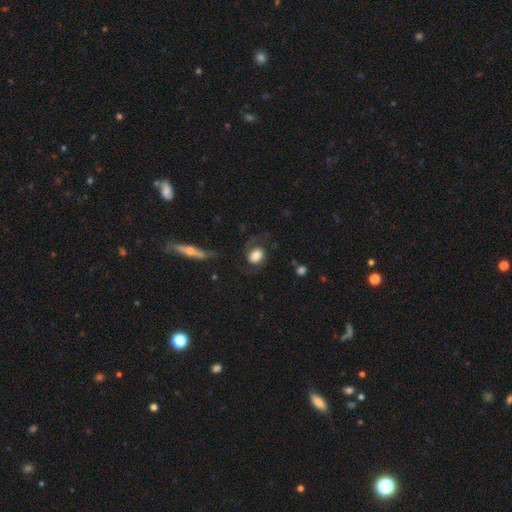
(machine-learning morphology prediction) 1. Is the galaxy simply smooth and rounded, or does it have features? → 55% smooth, 37% featured or disk, 8% star or artifact.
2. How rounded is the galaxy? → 56% in between, 43% round, 1% cigar-shaped.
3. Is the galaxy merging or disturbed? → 56% none, 21% major disturbance, 19% minor disturbance, 4% merger.